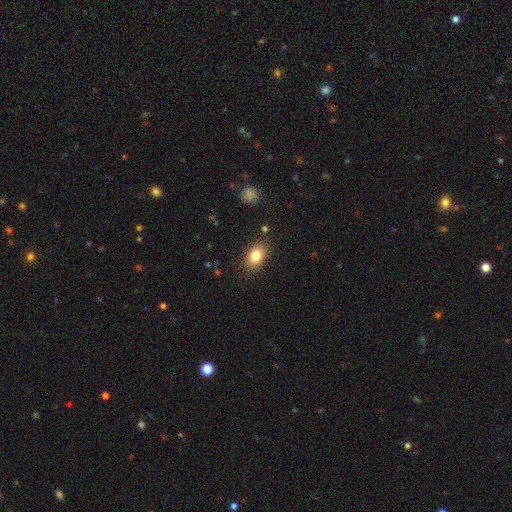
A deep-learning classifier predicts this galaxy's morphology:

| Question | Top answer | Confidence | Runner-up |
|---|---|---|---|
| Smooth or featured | smooth | 82% | featured or disk (10%) |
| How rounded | in between | 86% | round (13%) |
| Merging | none | 85% | minor disturbance (11%) |